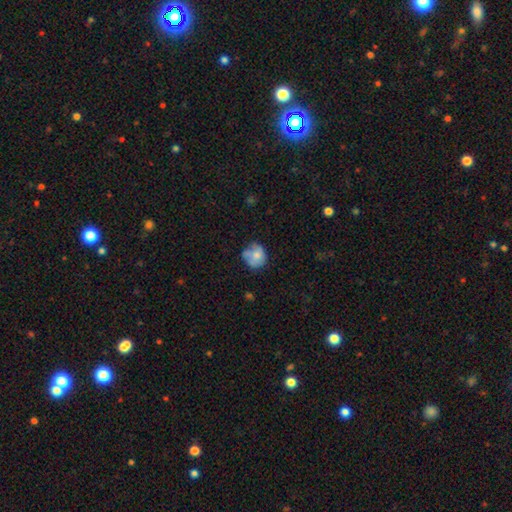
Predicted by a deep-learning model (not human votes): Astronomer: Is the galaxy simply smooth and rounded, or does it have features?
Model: smooth — 64%.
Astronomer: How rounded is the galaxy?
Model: round — 74%.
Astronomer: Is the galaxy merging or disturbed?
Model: none — 52% (runner-up: minor disturbance, 29%).